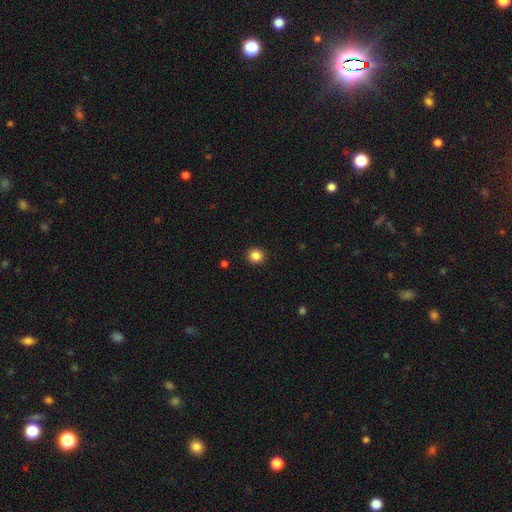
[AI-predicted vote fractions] Smooth or featured: smooth — 85% (star or artifact — 11%)
How rounded: round — 93% (in between — 6%)
Merging: none — 93% (minor disturbance — 5%)